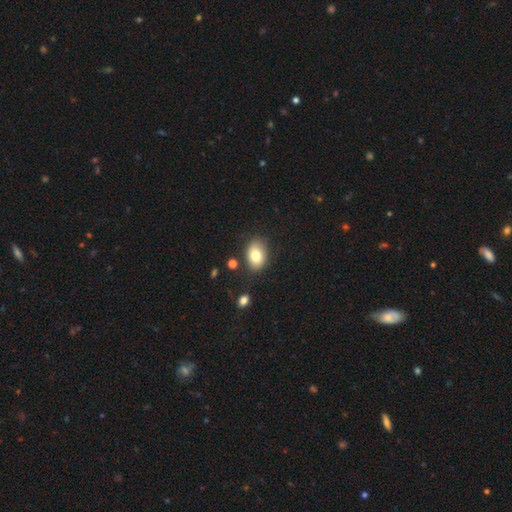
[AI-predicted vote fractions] smooth_or_featured: smooth (p=0.78) [alt: featured or disk p=0.13]
how_rounded: in between (p=0.78) [alt: round p=0.21]
merging: none (p=0.81) [alt: minor disturbance p=0.13]